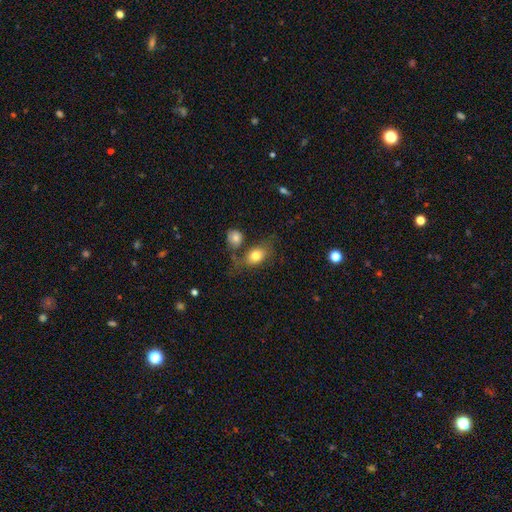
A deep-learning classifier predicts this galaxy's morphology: Smooth or featured: smooth — 78% (featured or disk — 14%)
How rounded: in between — 76% (round — 21%)
Merging: none — 56% (minor disturbance — 18%)